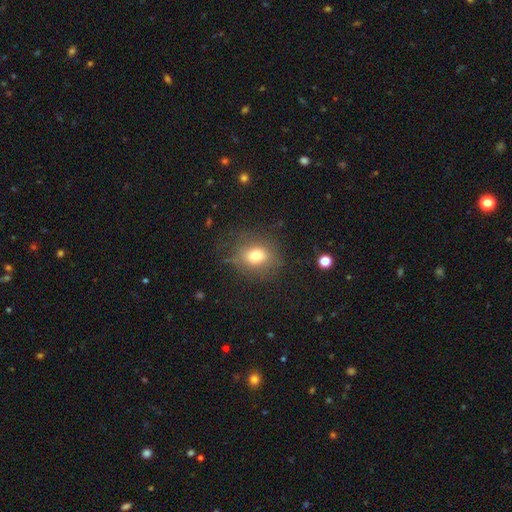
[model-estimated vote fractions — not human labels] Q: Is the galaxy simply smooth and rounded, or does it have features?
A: smooth — 73%.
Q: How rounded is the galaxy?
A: round — 58%.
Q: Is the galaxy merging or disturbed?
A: none — 75%.